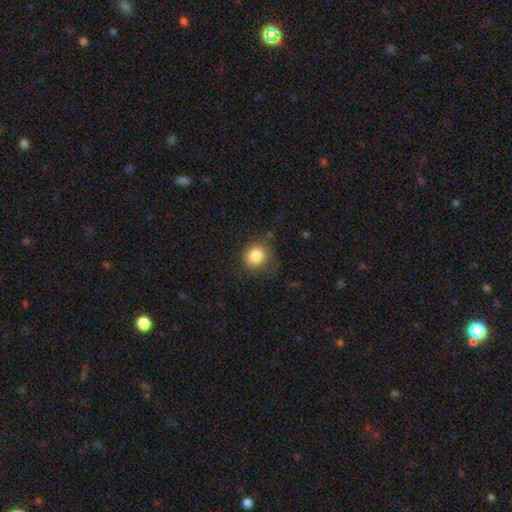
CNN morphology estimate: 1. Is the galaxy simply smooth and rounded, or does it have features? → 83% smooth, 10% star or artifact, 7% featured or disk.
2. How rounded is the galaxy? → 81% round, 18% in between, 1% cigar-shaped.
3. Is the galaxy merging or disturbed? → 70% none, 21% minor disturbance, 8% major disturbance, 2% merger.